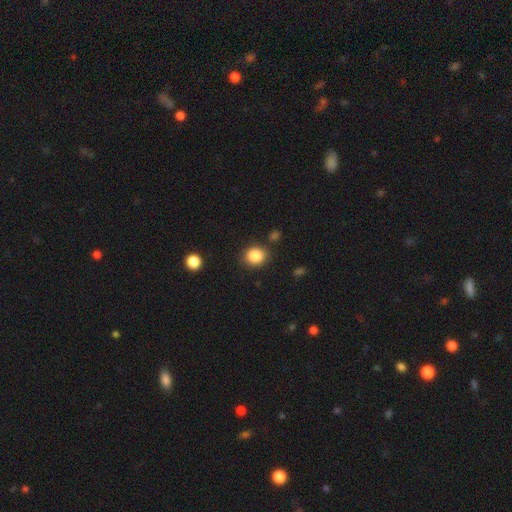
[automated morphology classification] Q: Smooth or featured?
A: smooth (87%); runner-up: star or artifact (9%)
Q: How rounded?
A: round (74%); runner-up: in between (25%)
Q: Merging?
A: none (83%); runner-up: minor disturbance (10%)